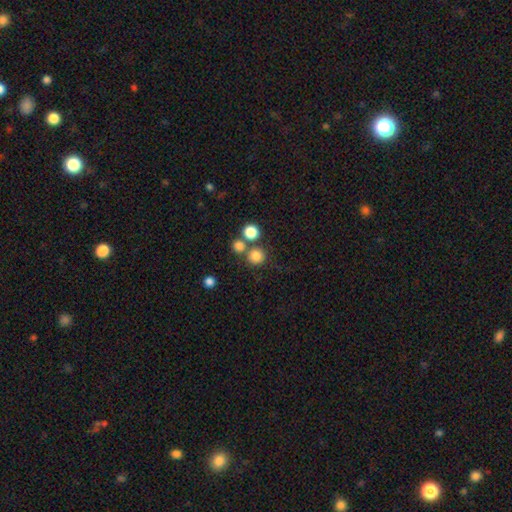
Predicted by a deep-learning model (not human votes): Q: Smooth or featured?
A: smooth (79%); runner-up: star or artifact (14%)
Q: How rounded?
A: round (92%); runner-up: in between (7%)
Q: Merging?
A: none (69%); runner-up: merger (22%)